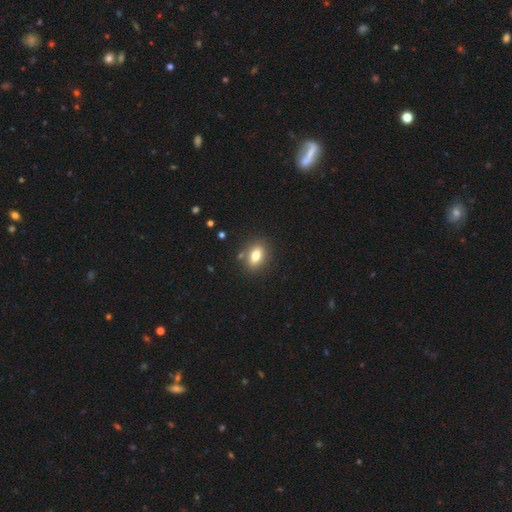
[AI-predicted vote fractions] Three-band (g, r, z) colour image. It shows a smooth galaxy with no disk features (77%) that is in between round and cigar-shaped (77%). Merging: none (82%).